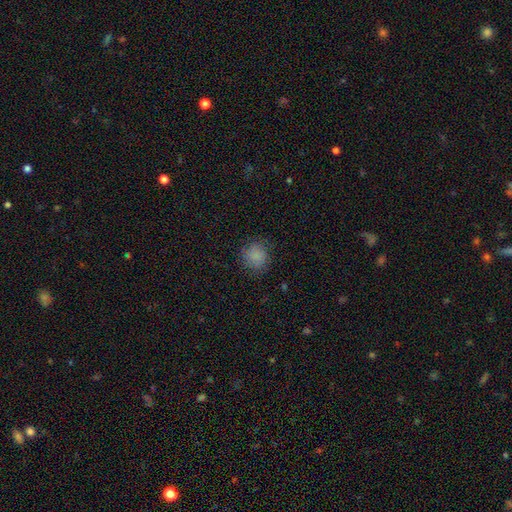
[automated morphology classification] Smooth or featured?
  - smooth: 82% *
  - star or artifact: 10%
  - featured or disk: 8%
How rounded?
  - round: 86% *
  - in between: 13%
  - cigar-shaped: 1%
Merging?
  - none: 80% *
  - minor disturbance: 14%
  - major disturbance: 5%
  - merger: 1%